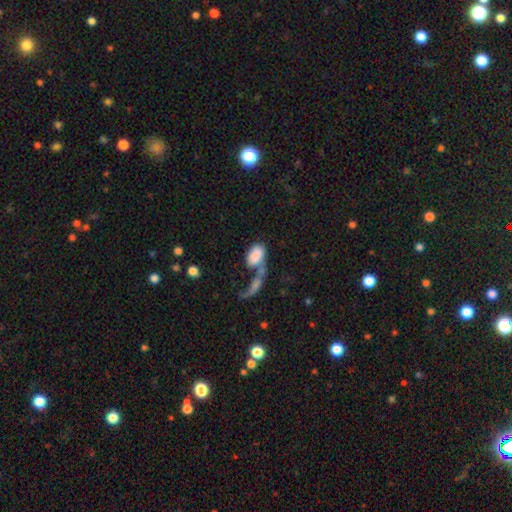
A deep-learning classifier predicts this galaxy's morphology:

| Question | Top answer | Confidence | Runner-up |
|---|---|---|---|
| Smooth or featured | smooth | 79% | featured or disk (14%) |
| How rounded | in between | 92% | round (6%) |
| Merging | merger | 54% | major disturbance (20%) |